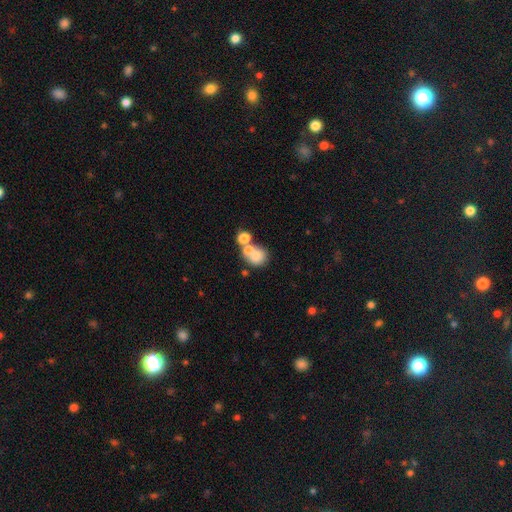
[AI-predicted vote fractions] Q: Smooth or featured?
A: smooth (73%); runner-up: featured or disk (16%)
Q: How rounded?
A: round (70%); runner-up: in between (29%)
Q: Merging?
A: merger (48%); runner-up: none (36%)